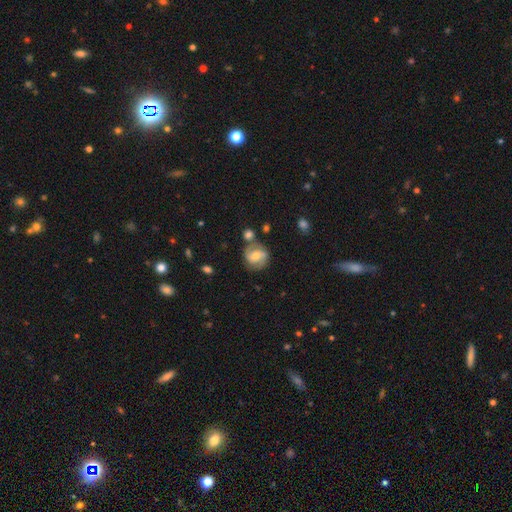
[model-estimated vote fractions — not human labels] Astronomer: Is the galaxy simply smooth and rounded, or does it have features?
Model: featured or disk — 62%.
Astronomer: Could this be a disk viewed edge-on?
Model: no — 97%.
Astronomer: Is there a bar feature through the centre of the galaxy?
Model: weak — 46% (runner-up: no, 41%).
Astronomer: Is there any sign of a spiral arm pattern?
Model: yes — 88%.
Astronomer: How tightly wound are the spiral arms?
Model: medium — 46% (runner-up: tight, 36%).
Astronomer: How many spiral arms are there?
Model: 2 — 77%.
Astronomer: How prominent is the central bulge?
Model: moderate — 54% (runner-up: small, 37%).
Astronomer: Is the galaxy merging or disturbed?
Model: none — 64%.